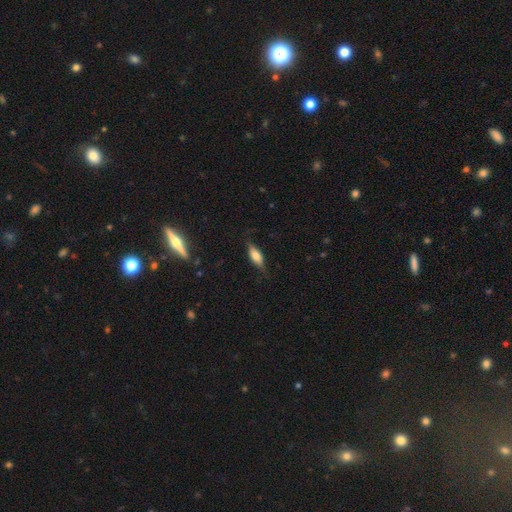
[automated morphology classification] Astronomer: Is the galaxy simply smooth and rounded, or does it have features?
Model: smooth — 56% (runner-up: featured or disk, 36%).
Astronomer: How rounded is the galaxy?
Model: in between — 67%.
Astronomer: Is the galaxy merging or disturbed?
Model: none — 75%.